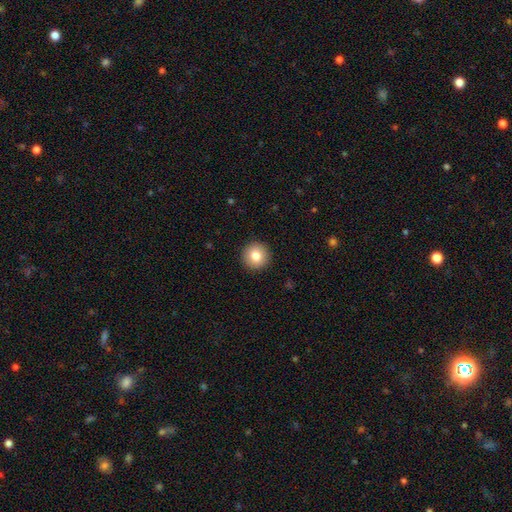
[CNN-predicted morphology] This is clearly a smooth galaxy (82%). How rounded: clearly round (95%). Merging: clearly none (93%).